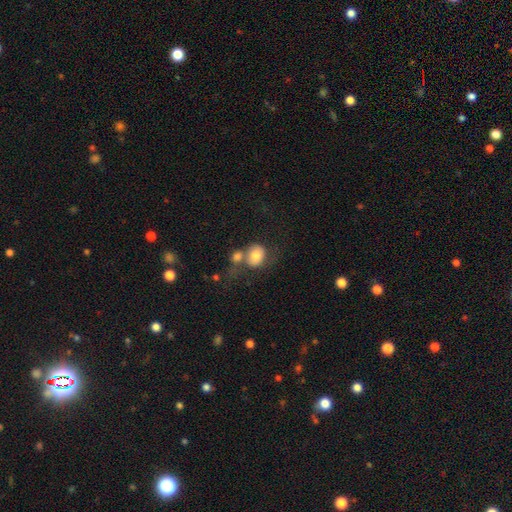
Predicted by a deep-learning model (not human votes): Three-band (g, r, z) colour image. It shows a smooth galaxy with no disk features (76%) that is round (63%). Merging: merger (46%).